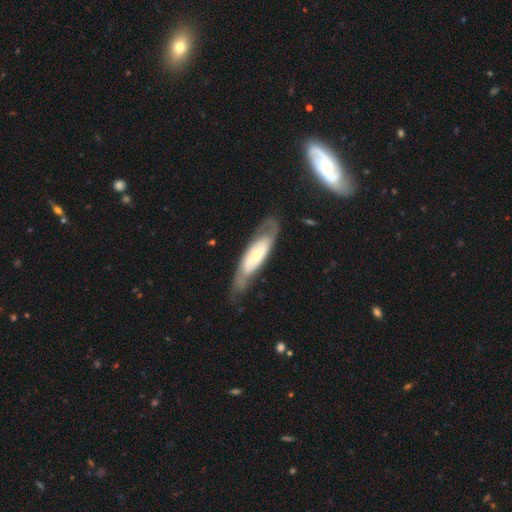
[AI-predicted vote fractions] This appears to be a featured or disk galaxy (64%). Merging: none (63%).